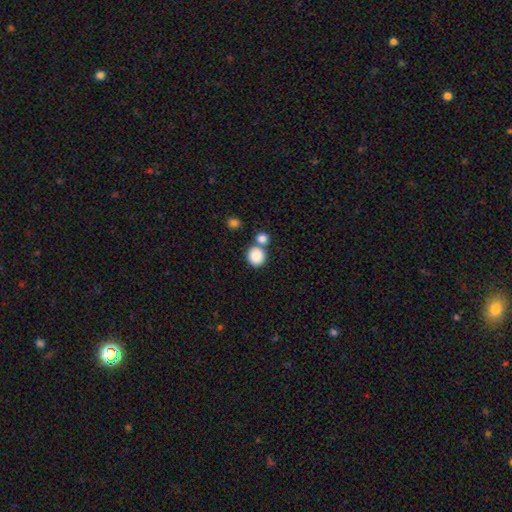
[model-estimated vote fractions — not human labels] smooth_or_featured: smooth (p=0.86) [alt: star or artifact p=0.08]
how_rounded: round (p=0.86) [alt: in between p=0.13]
merging: none (p=0.57) [alt: merger p=0.31]